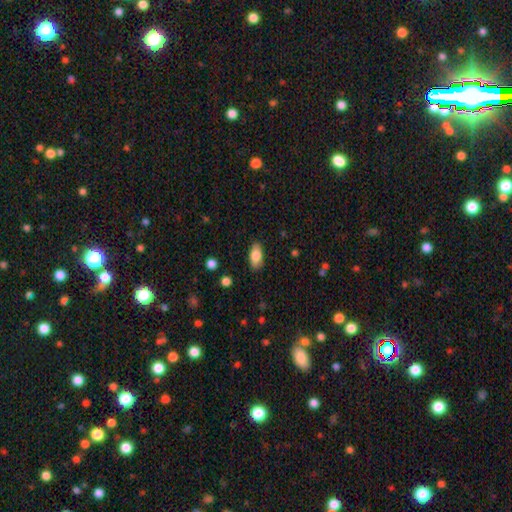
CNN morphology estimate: smooth_or_featured: smooth (p=0.83) [alt: featured or disk p=0.11]
how_rounded: in between (p=0.90) [alt: cigar-shaped p=0.07]
merging: none (p=0.87) [alt: minor disturbance p=0.10]